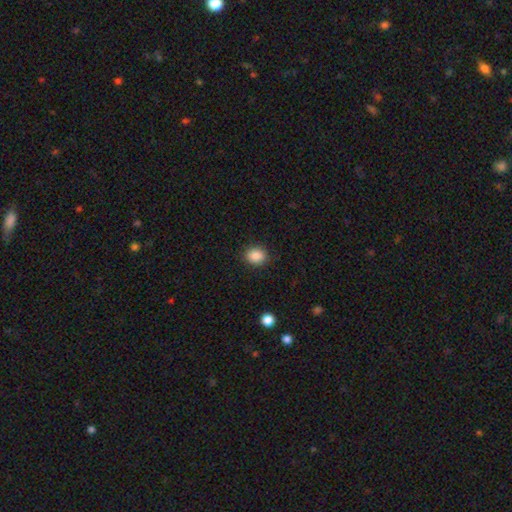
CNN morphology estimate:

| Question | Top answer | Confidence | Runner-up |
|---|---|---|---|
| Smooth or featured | smooth | 87% | star or artifact (9%) |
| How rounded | round | 69% | in between (30%) |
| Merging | none | 89% | minor disturbance (8%) |